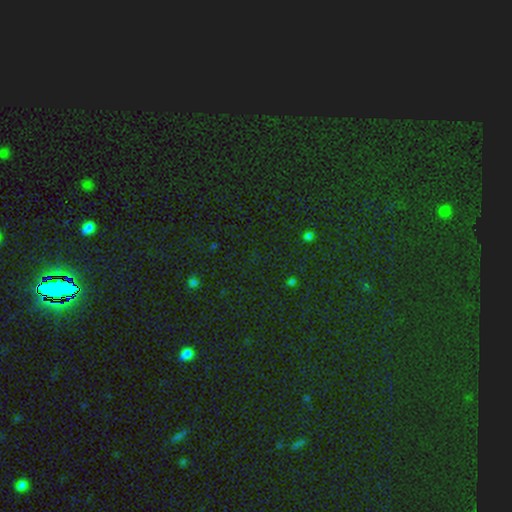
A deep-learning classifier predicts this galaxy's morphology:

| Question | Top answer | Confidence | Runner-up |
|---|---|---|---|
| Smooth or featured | star or artifact | 78% | smooth (14%) |